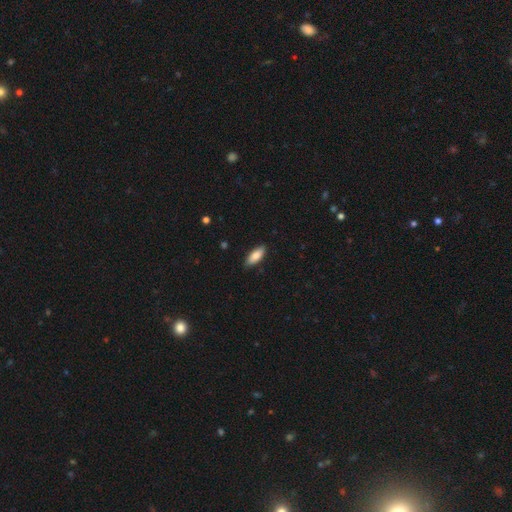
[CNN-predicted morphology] type=smooth (84%); roundness=in between (77%); merging=none (86%).